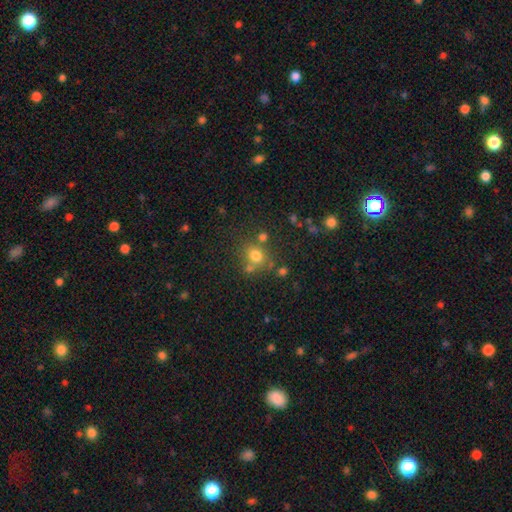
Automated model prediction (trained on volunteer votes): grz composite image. It shows a smooth galaxy with no disk features (72%) that is round (74%). Merging: none (64%).